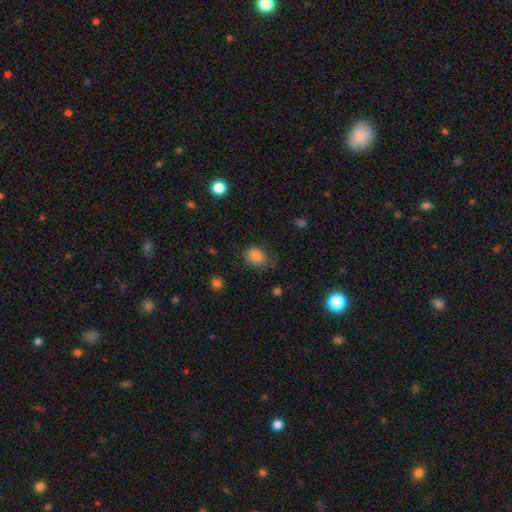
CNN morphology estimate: smooth_or_featured: smooth (p=0.84) [alt: star or artifact p=0.10]
how_rounded: in between (p=0.55) [alt: round p=0.44]
merging: none (p=0.60) [alt: minor disturbance p=0.28]